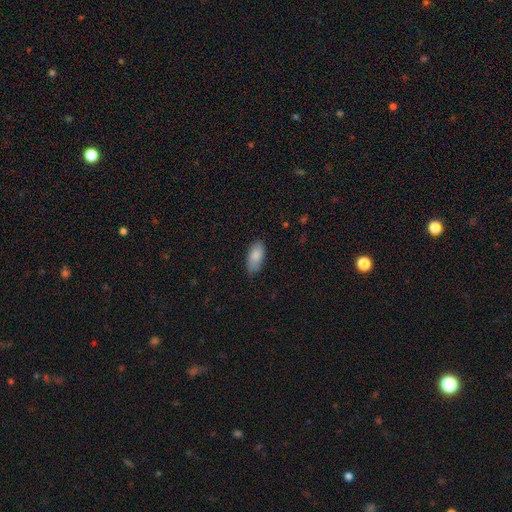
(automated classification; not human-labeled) Smooth or featured: smooth — 85% (featured or disk — 9%)
How rounded: in between — 89% (cigar-shaped — 9%)
Merging: none — 74% (minor disturbance — 21%)